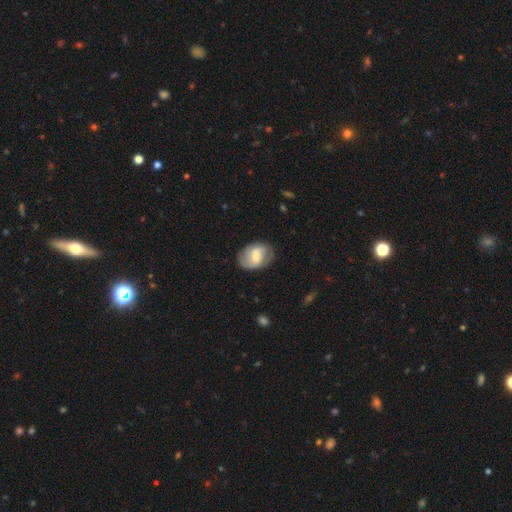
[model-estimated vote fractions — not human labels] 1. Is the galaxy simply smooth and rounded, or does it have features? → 54% smooth, 39% featured or disk, 7% star or artifact.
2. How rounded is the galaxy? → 77% in between, 22% round, 1% cigar-shaped.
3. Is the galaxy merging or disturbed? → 72% none, 20% minor disturbance, 7% major disturbance, 1% merger.